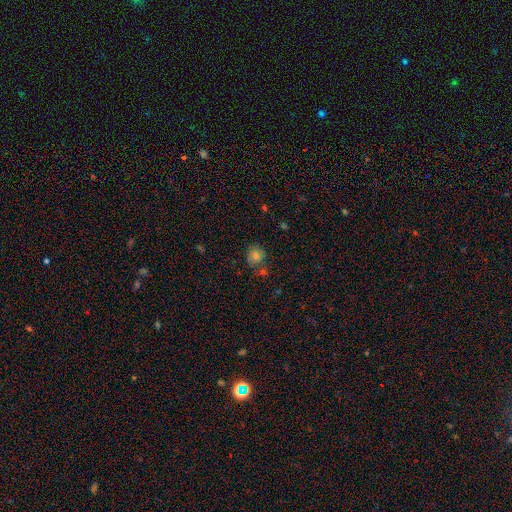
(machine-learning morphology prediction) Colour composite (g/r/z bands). It shows a smooth galaxy with no disk features (71%) that is round (78%). Merging: none (70%).